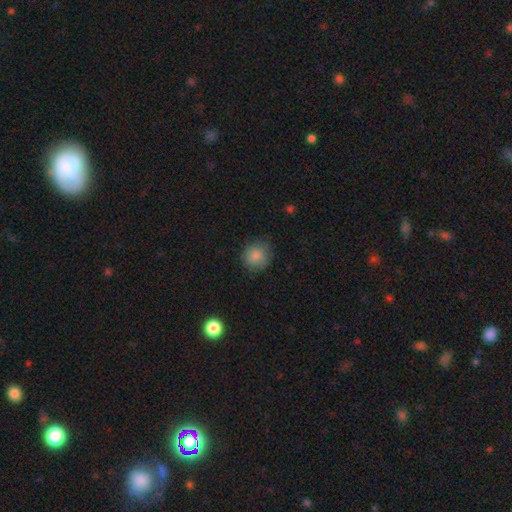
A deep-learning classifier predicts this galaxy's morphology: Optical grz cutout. It shows a smooth galaxy with no disk features (85%) that is round (87%). Merging: none (81%).